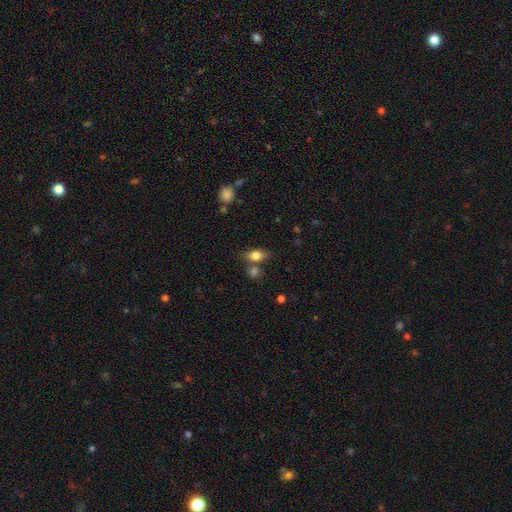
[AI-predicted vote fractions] This is likely a smooth galaxy (79%). How rounded: clearly in between (80%). Merging: likely none (64%).